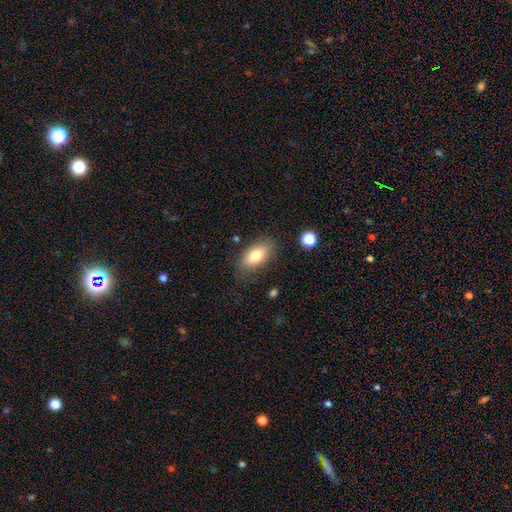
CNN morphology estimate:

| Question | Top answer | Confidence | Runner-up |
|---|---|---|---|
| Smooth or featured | smooth | 80% | featured or disk (13%) |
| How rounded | in between | 88% | cigar-shaped (8%) |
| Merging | none | 79% | minor disturbance (15%) |